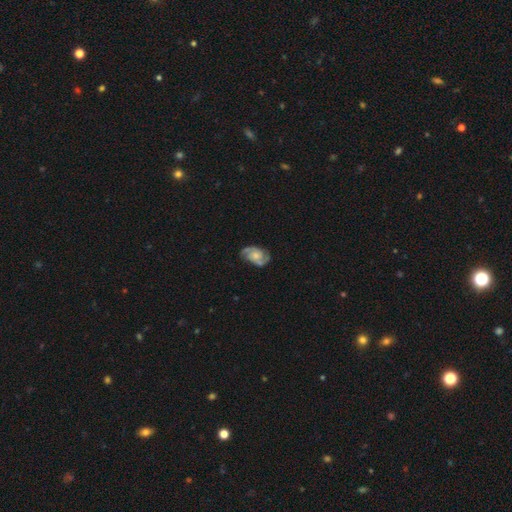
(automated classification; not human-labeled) Smooth or featured: featured or disk — 81% (smooth — 14%)
Edge-on disk: no — 97% (yes — 3%)
Bar: no — 68% (weak — 27%)
Spiral arms: yes — 96% (no — 4%)
Spiral winding: medium — 49% (tight — 35%)
Spiral arm count: 2 — 87% (can't tell — 5%)
Bulge size: moderate — 42% (small — 40%)
Merging: none — 76% (minor disturbance — 18%)